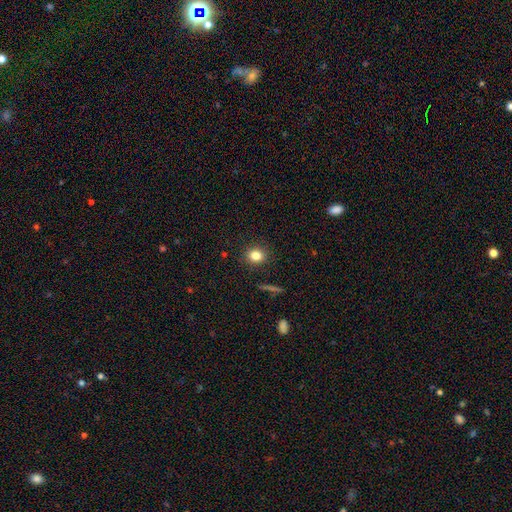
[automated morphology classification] smooth-or-featured: smooth: 82% | star or artifact: 11% | featured or disk: 7%
  how-rounded: round: 65% | in between: 33% | cigar-shaped: 2%
  merging: none: 89% | minor disturbance: 7% | major disturbance: 2% | merger: 1%